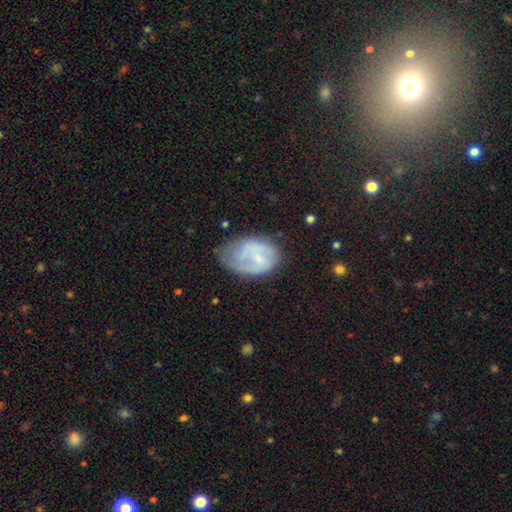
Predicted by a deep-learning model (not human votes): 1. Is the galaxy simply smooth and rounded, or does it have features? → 49% featured or disk, 43% smooth, 8% star or artifact.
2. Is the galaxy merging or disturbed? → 39% none, 36% minor disturbance, 21% major disturbance, 3% merger.